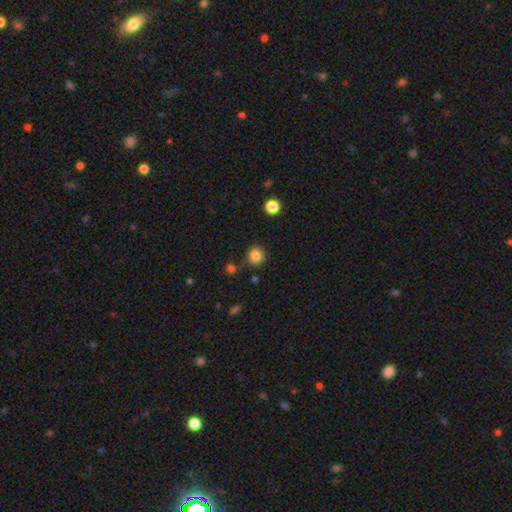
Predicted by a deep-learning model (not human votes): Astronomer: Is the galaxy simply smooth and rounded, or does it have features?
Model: smooth — 83%.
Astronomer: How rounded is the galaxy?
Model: round — 89%.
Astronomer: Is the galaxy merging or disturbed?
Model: none — 80%.